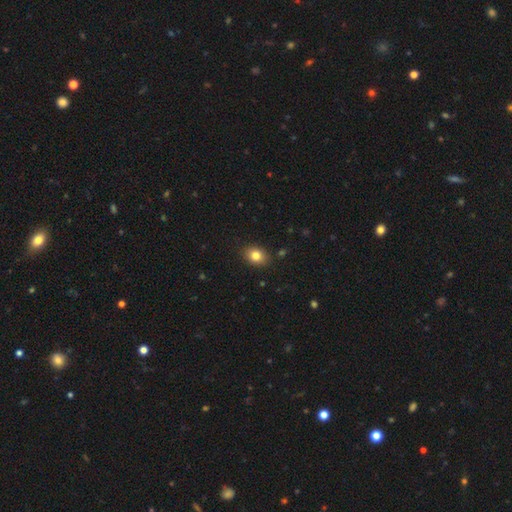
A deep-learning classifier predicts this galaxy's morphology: smooth_or_featured: smooth (p=0.81) [alt: star or artifact p=0.10]
how_rounded: in between (p=0.63) [alt: round p=0.36]
merging: none (p=0.88) [alt: minor disturbance p=0.09]